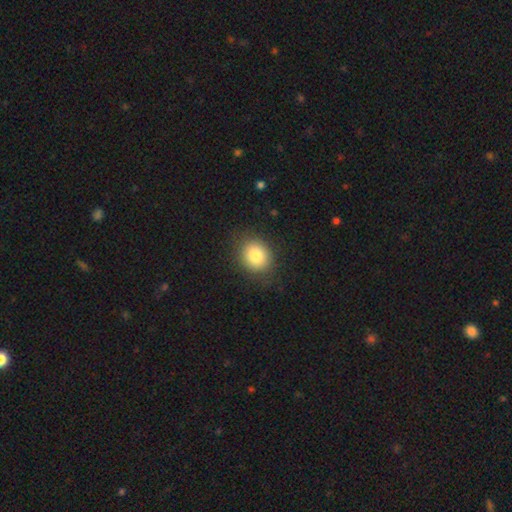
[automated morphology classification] This is clearly a smooth galaxy (82%). How rounded: likely round (67%). Merging: clearly none (84%).